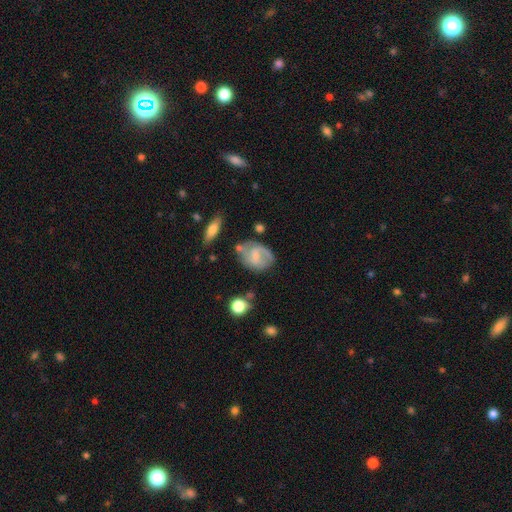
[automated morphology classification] featured or disk 57%, smooth 35%, star or artifact 7%. Down the decision tree: edge-on disk — no (96%); bar — weak (49%); spiral arms — yes (79%); bulge size — none (40%); merging — none (59%).